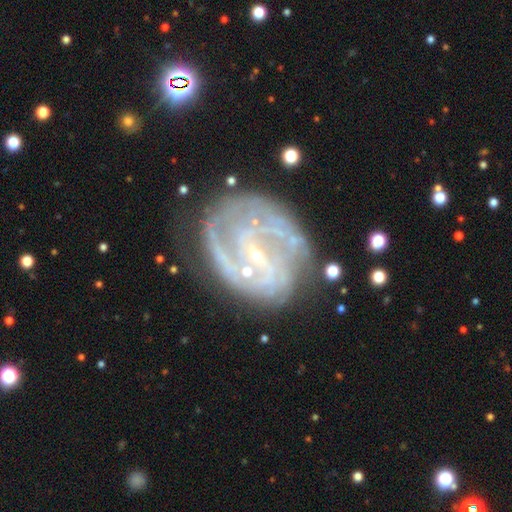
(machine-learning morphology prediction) Smooth or featured? Predicted: featured or disk (p=0.83). Edge-on disk? Predicted: no (p=0.98). Bar? Predicted: weak (p=0.42). Spiral arms? Predicted: yes (p=0.87). Spiral winding? Predicted: tight (p=0.48). Spiral arm count? Predicted: 2 (p=0.35). Bulge size? Predicted: small (p=0.83). Merging? Predicted: none (p=0.61).